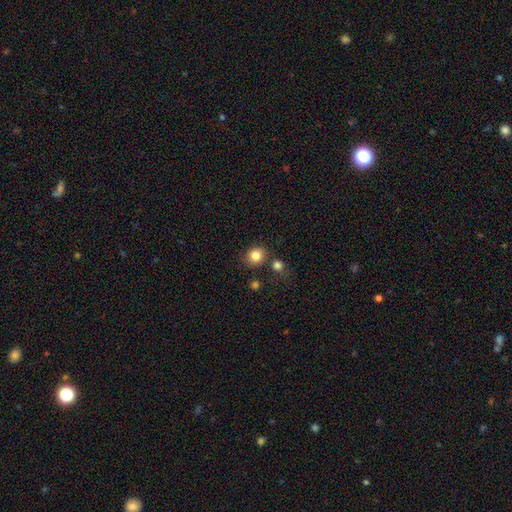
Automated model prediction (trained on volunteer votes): Smooth or featured? smooth (83%)
How rounded? round (79%)
Merging? none (79%)